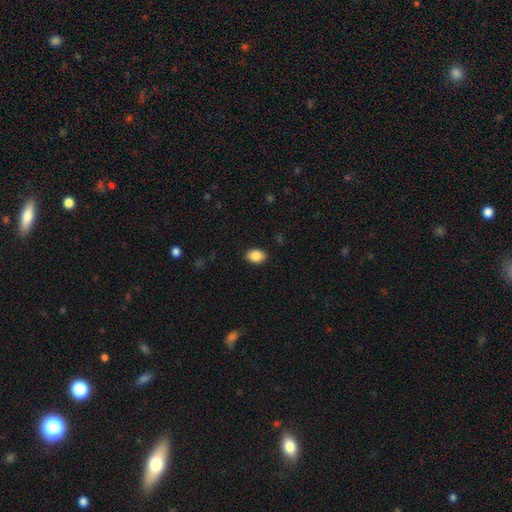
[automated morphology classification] A smooth galaxy with no disk features (87%) that is in between round and cigar-shaped (76%).

Vote fractions:
- Smooth or featured? smooth: 87% / star or artifact: 8% / featured or disk: 5%
- How rounded? in between: 76% / round: 23% / cigar-shaped: 1%
- Merging? none: 89% / minor disturbance: 8% / major disturbance: 2% / merger: 1%